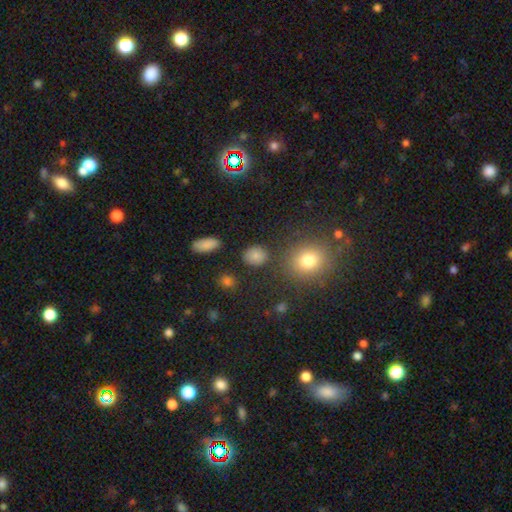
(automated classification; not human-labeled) This is likely a smooth galaxy (79%). How rounded: likely round (73%). Merging: clearly none (83%).